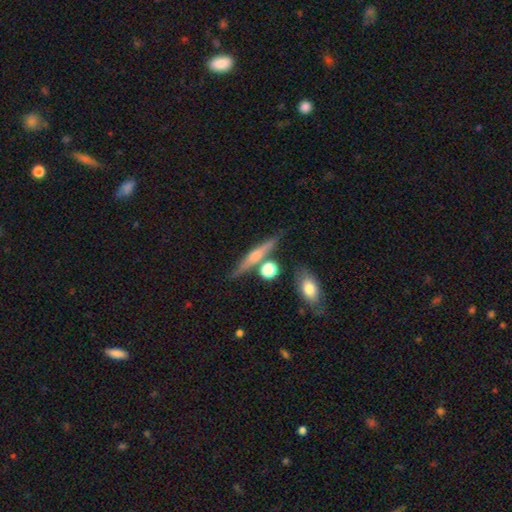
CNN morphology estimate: Smooth or featured: featured or disk — 60% (smooth — 32%)
Edge-on disk: yes — 94% (no — 6%)
Edge-on bulge: rounded — 77% (none — 15%)
Merging: none — 78% (minor disturbance — 10%)